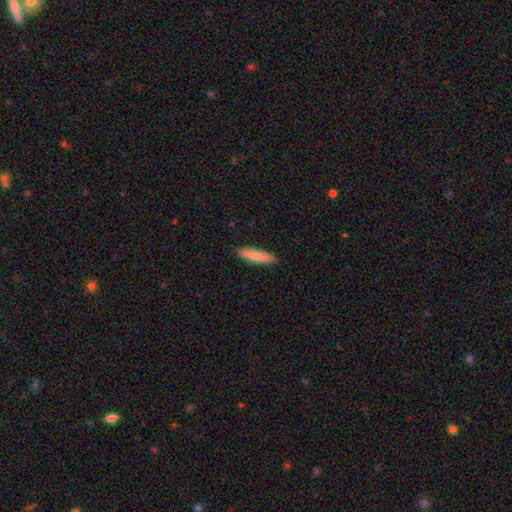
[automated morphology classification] Overall: smooth (78%). How rounded: cigar-shaped (80%). Merging: none (89%).